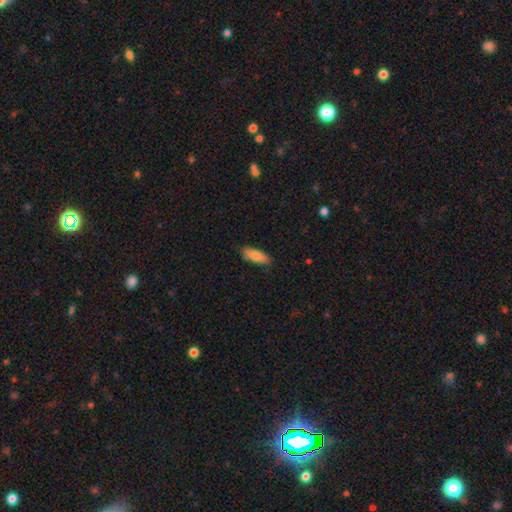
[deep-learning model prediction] Q: Smooth or featured?
A: smooth (84%); runner-up: featured or disk (10%)
Q: How rounded?
A: in between (63%); runner-up: cigar-shaped (35%)
Q: Merging?
A: none (84%); runner-up: minor disturbance (13%)